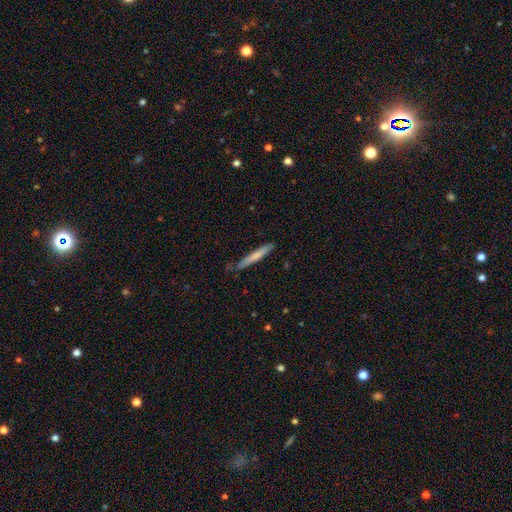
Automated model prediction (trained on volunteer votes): Smooth or featured?
  - smooth: 68% *
  - featured or disk: 27%
  - star or artifact: 6%
How rounded?
  - cigar-shaped: 96% *
  - in between: 3%
  - round: 1%
Merging?
  - none: 79% *
  - minor disturbance: 16%
  - major disturbance: 3%
  - merger: 2%